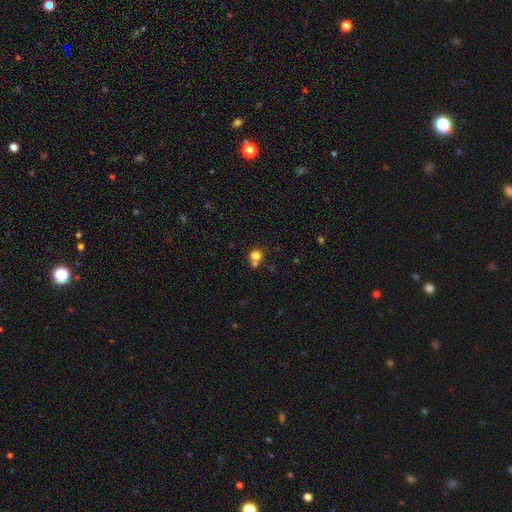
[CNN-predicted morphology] Smooth or featured? Predicted: smooth (p=0.78). How rounded? Predicted: round (p=0.83). Merging? Predicted: none (p=0.53).